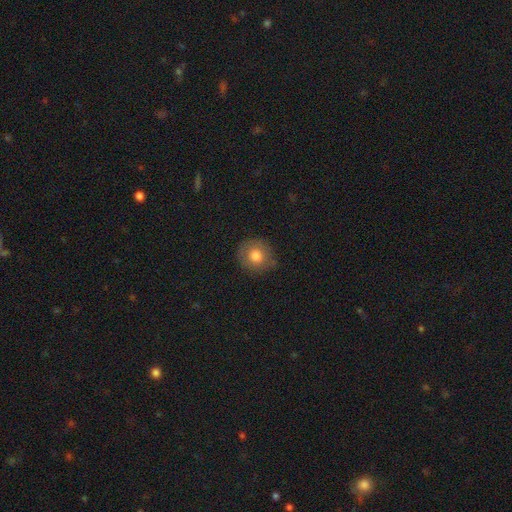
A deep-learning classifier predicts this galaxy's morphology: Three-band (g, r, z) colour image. It shows a smooth galaxy with no disk features (76%) that is round (89%). Merging: none (79%).